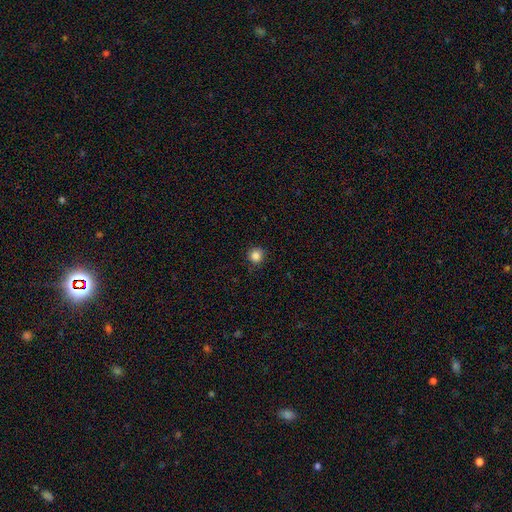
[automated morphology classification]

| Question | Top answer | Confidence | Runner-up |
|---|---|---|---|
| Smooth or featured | smooth | 85% | star or artifact (11%) |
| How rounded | round | 93% | in between (6%) |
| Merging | none | 88% | minor disturbance (9%) |